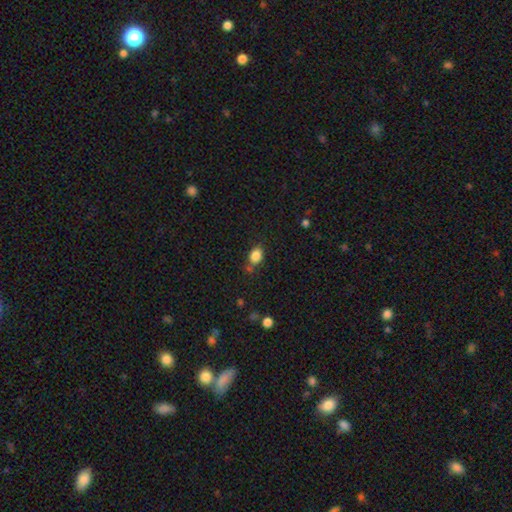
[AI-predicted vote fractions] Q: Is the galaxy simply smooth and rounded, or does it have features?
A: smooth — 84%.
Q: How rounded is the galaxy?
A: in between — 67%.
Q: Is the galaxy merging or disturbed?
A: none — 65%.